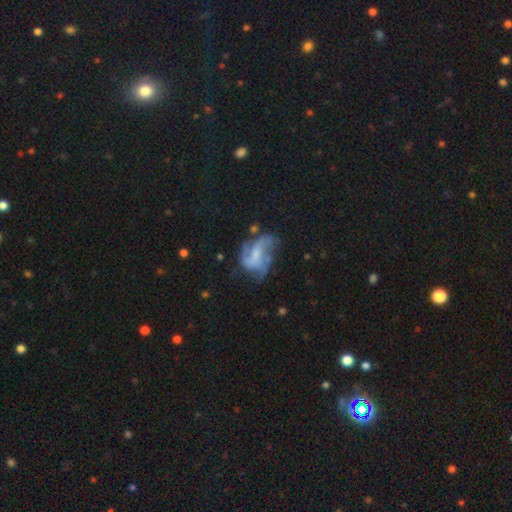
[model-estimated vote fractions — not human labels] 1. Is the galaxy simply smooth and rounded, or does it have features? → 72% featured or disk, 20% smooth, 9% star or artifact.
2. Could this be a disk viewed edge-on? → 98% no, 2% yes.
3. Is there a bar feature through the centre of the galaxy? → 48% no, 39% weak, 12% strong.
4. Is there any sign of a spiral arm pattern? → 80% yes, 20% no.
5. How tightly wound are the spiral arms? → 44% loose, 41% medium, 15% tight.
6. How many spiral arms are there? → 32% 3, 29% 2, 20% can't tell, 8% 4, 6% 1, 4% more than 4.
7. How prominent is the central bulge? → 33% small (tied), 33% none (tied), 27% moderate, 5% large, 1% dominant.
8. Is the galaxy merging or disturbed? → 39% none, 32% major disturbance, 22% minor disturbance, 7% merger.